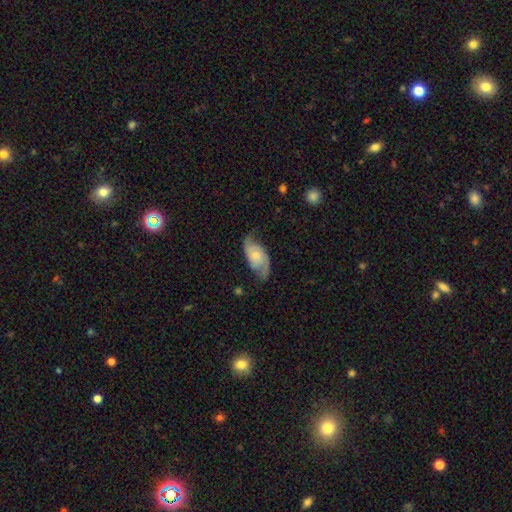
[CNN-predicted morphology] type=featured or disk (71%); edge-on=no (95%); bar=no (70%); spiral arms=yes (93%); winding=medium (44%); arm count=2 (87%); bulge=small (47%); merging=none (67%).